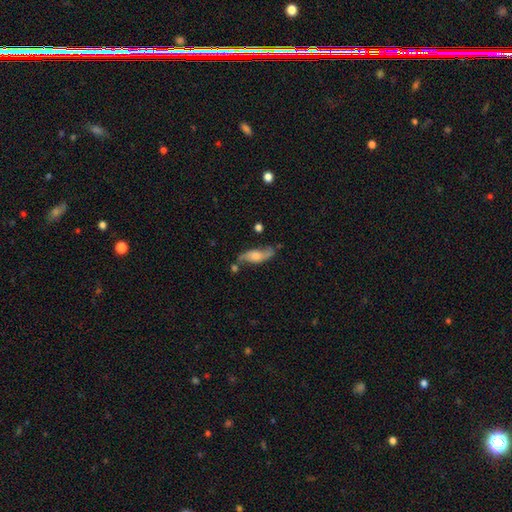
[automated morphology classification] smooth_or_featured: featured or disk (p=0.49) [alt: smooth p=0.43]
merging: none (p=0.61) [alt: minor disturbance p=0.23]